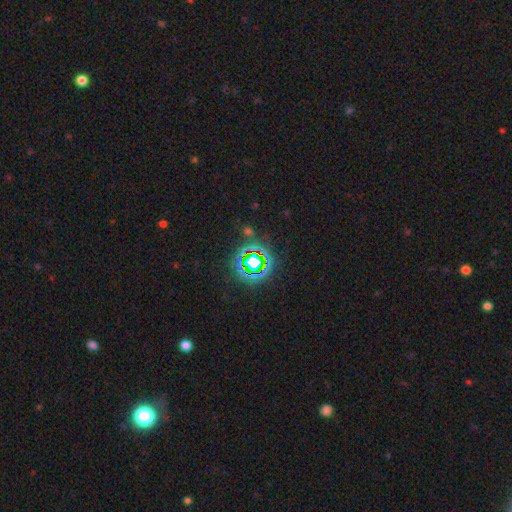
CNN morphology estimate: The model was most divided on "smooth or featured": star or artifact: 79%, smooth: 14%, featured or disk: 7%.